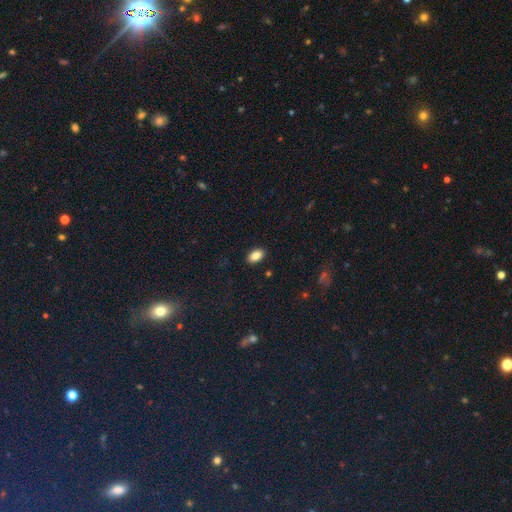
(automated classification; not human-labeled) Smooth or featured?
  - smooth: 85% *
  - star or artifact: 9%
  - featured or disk: 6%
How rounded?
  - in between: 91% *
  - round: 6%
  - cigar-shaped: 2%
Merging?
  - none: 89% *
  - minor disturbance: 8%
  - major disturbance: 2%
  - merger: 1%